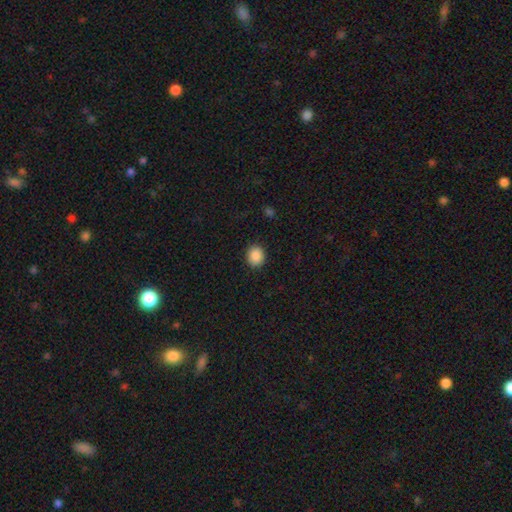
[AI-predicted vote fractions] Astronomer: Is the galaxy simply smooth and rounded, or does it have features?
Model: smooth — 89%.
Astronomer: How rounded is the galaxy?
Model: round — 69%.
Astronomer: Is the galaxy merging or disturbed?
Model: none — 90%.